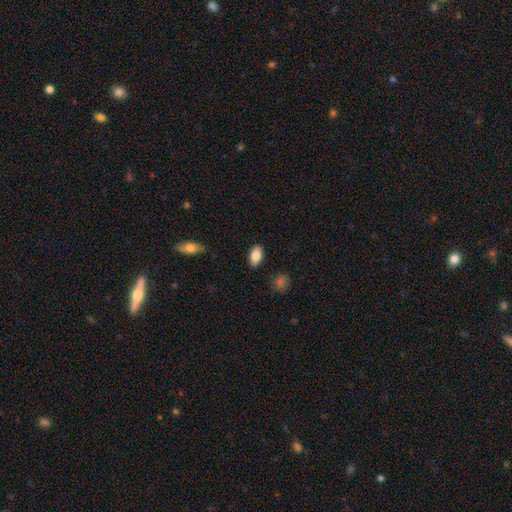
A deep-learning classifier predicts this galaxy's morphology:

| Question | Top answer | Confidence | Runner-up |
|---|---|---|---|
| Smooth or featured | smooth | 86% | star or artifact (7%) |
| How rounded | in between | 92% | round (5%) |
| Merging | none | 87% | minor disturbance (9%) |